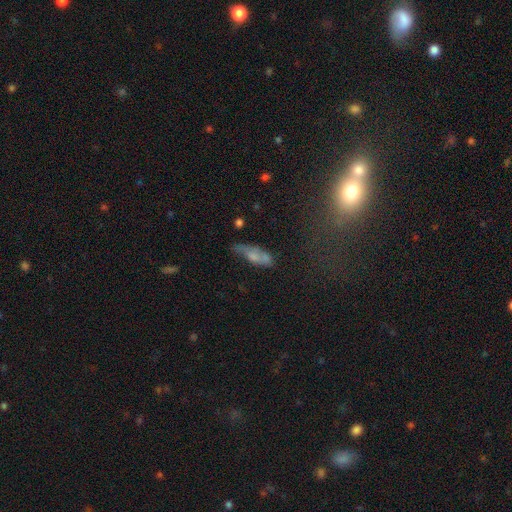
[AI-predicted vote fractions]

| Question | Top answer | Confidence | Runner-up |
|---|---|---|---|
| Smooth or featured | smooth | 51% | featured or disk (37%) |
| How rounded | in between | 55% | cigar-shaped (41%) |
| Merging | none | 41% | minor disturbance (28%) |